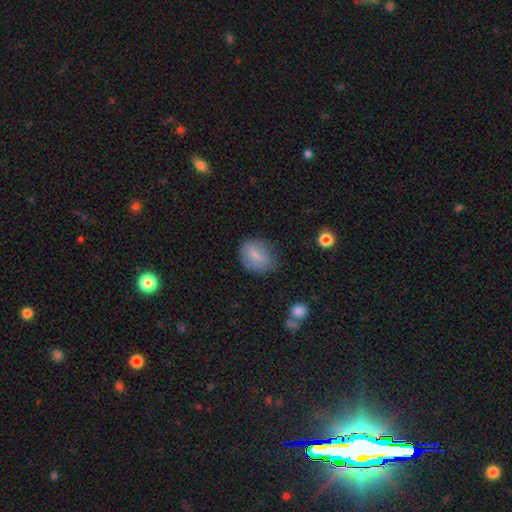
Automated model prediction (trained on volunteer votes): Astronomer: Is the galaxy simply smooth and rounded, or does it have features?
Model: smooth — 74%.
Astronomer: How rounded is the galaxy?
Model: in between — 58% (runner-up: round, 40%).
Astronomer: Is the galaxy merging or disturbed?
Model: none — 68%.